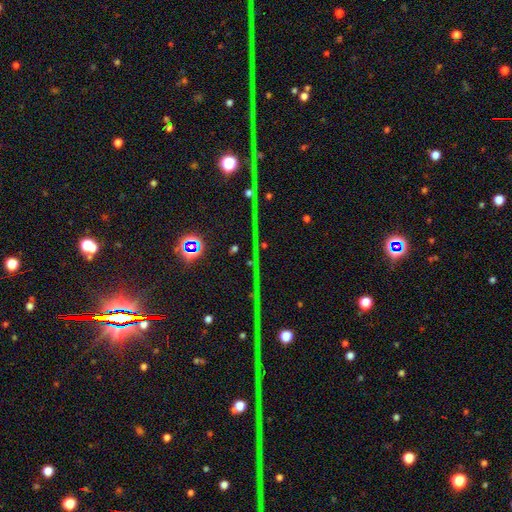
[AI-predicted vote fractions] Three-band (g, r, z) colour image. It shows a star or artifact, not a galaxy (83%).